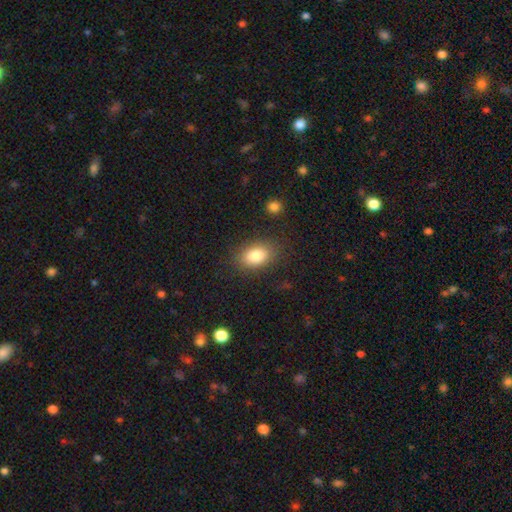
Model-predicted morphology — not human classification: The model was most divided on "how rounded": in between: 83%, round: 16%, cigar-shaped: 1%. More confident: smooth or featured — smooth (83%); merging — none (82%).